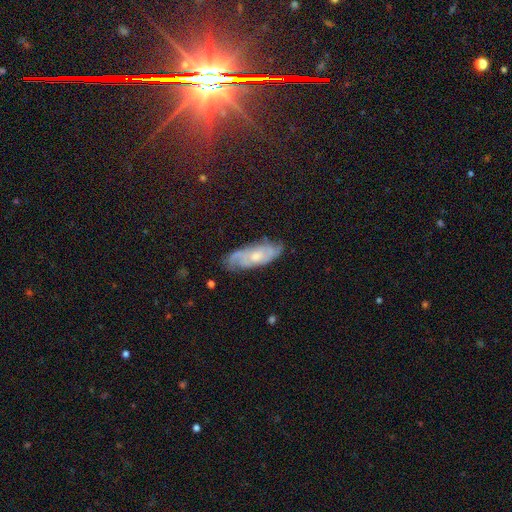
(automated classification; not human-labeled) This is likely a featured or disk galaxy (68%). It is clearly not viewed edge-on (86%). Bar: likely no (72%). Spiral arm pattern: clearly yes (91%). Spiral arm count: marginally can't tell (41%). Spiral winding: possibly tight (53%). Central bulge: possibly moderate (50%). Merging: likely none (74%).